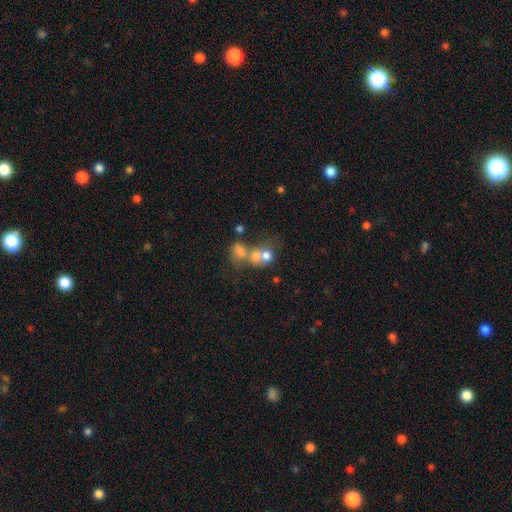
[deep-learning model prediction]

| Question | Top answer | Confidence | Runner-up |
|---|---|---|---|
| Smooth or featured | smooth | 59% | featured or disk (25%) |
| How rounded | round | 54% | in between (45%) |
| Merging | merger | 62% | none (23%) |